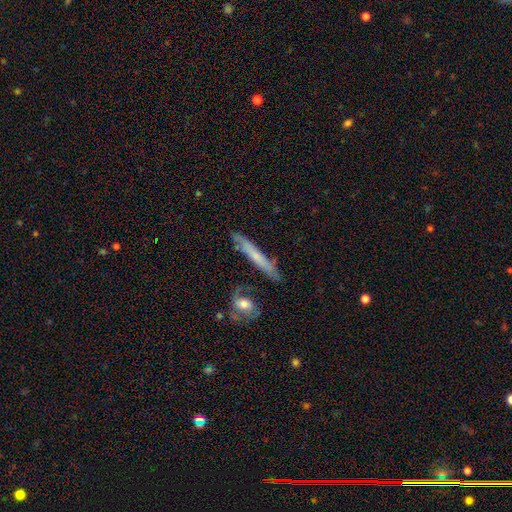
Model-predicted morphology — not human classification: Smooth or featured? Predicted: featured or disk (p=0.50). Merging? Predicted: none (p=0.74).